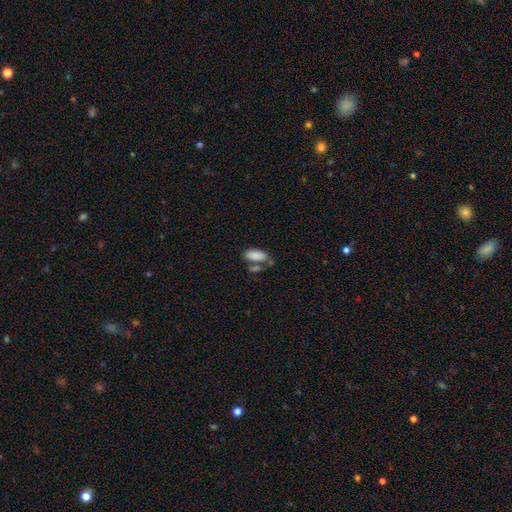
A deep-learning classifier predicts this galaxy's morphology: This appears to be a smooth galaxy with no disk features (86%) that is in between round and cigar-shaped (88%). Merging: none (53%).